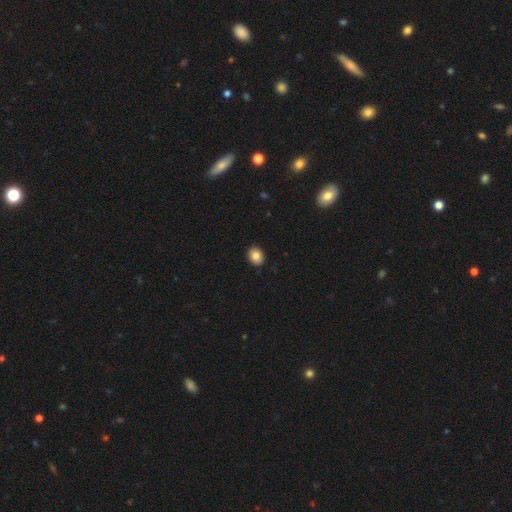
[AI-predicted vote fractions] Smooth or featured?
  - smooth: 84% *
  - star or artifact: 9%
  - featured or disk: 7%
How rounded?
  - round: 50% *
  - in between: 49%
  - cigar-shaped: 1%
Merging?
  - none: 91% *
  - minor disturbance: 6%
  - major disturbance: 1%
  - merger: 1%